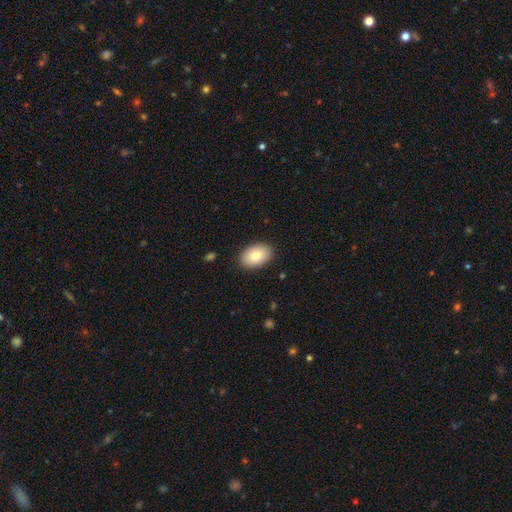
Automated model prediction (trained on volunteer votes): This appears to be a smooth galaxy with no disk features (84%) that is in between round and cigar-shaped (89%). Merging: none (88%).